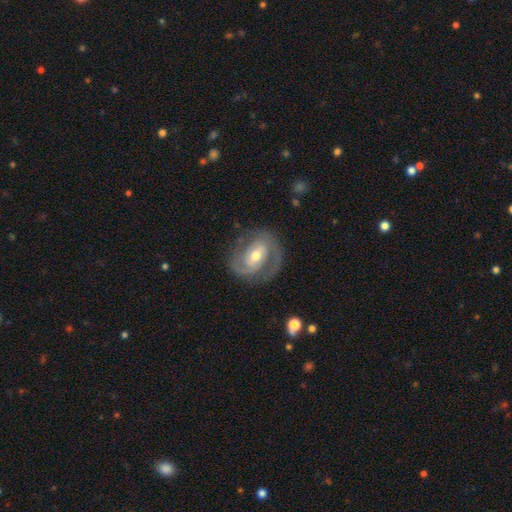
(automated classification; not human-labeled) Smooth or featured? featured or disk (85%)
Edge-on disk? no (97%)
Bar? weak (44%)
Spiral arms? yes (93%)
Spiral winding? medium (45%)
Spiral arm count? 2 (79%)
Bulge size? moderate (65%)
Merging? none (75%)